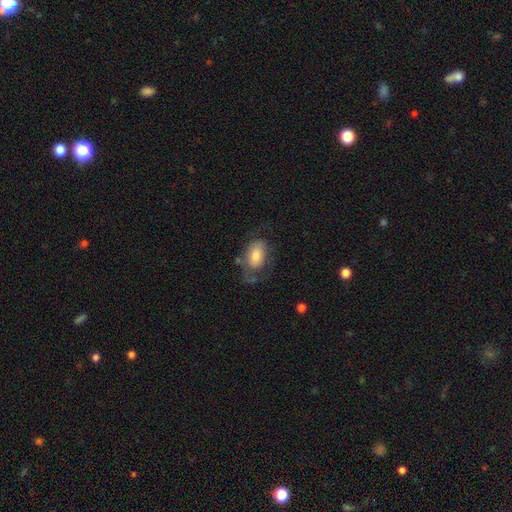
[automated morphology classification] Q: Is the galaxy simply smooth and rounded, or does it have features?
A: smooth — 64%.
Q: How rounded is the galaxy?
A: in between — 86%.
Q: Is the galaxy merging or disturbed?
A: none — 43%.